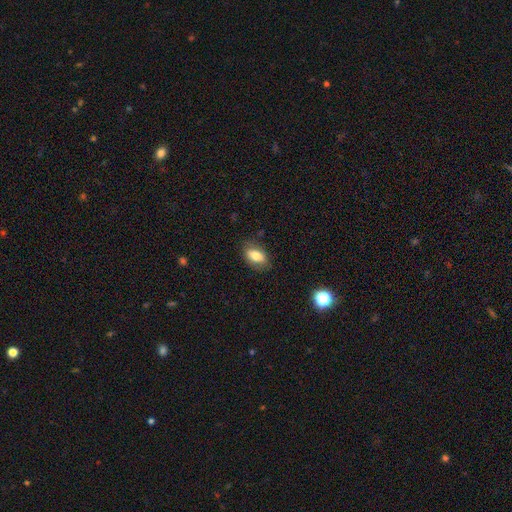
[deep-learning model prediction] Q: Smooth or featured?
A: smooth (79%); runner-up: featured or disk (13%)
Q: How rounded?
A: in between (89%); runner-up: round (8%)
Q: Merging?
A: none (79%); runner-up: minor disturbance (15%)